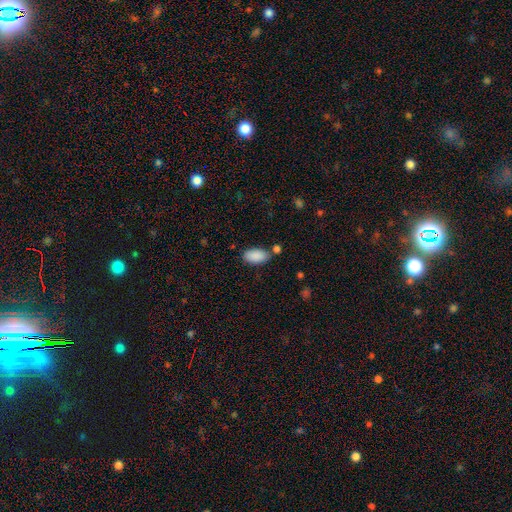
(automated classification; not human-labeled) This appears to be a smooth galaxy with no disk features (90%) that is in between round and cigar-shaped (95%). Merging: none (76%).